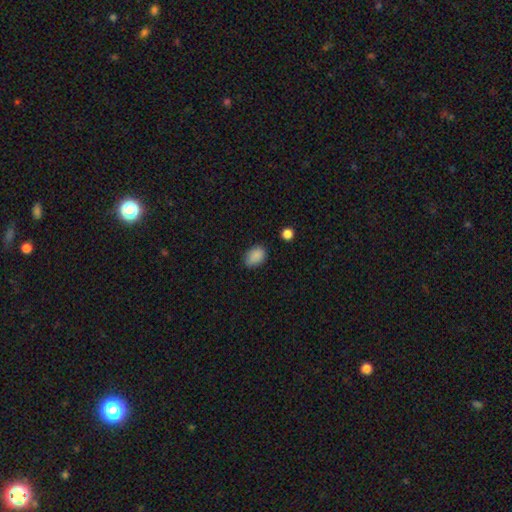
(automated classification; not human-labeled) smooth 87%, star or artifact 9%, featured or disk 4%. Down the decision tree: how rounded — in between (81%); merging — none (76%).